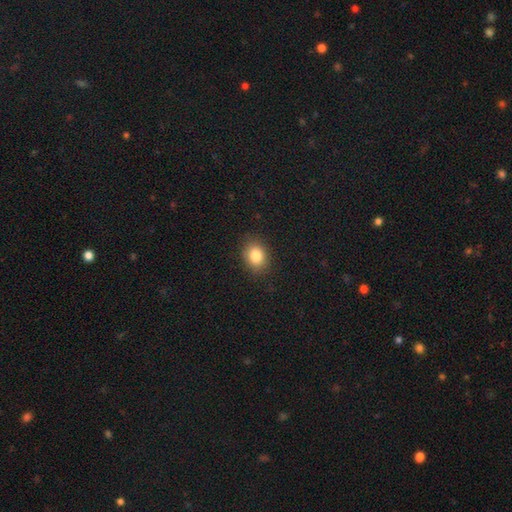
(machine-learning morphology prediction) Overall: smooth (84%). How rounded: in between (54%; round 45%). Merging: none (86%).